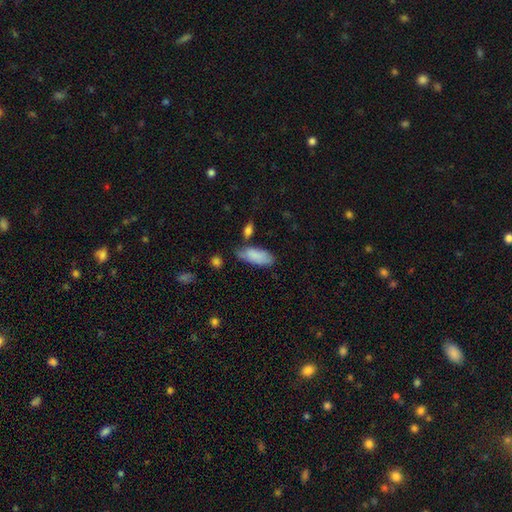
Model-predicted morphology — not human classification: type=smooth (85%); roundness=in between (81%); merging=none (60%).